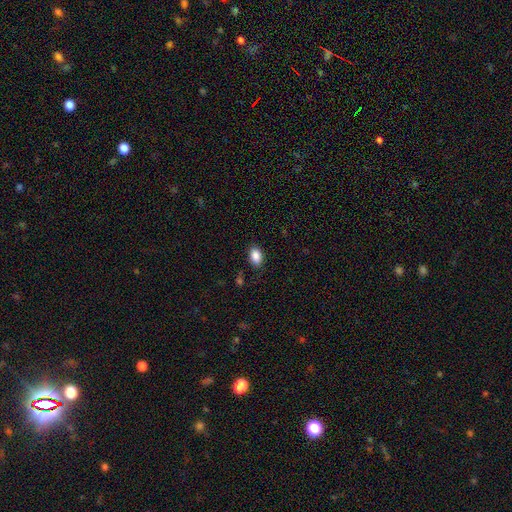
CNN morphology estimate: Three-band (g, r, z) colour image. It shows a smooth galaxy with no disk features (88%) that is in between round and cigar-shaped (88%). Merging: none (84%).